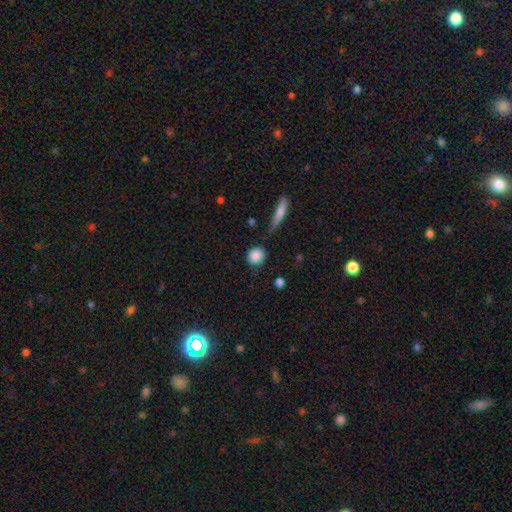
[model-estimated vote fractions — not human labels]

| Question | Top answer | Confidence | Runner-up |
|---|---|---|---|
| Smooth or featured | smooth | 87% | star or artifact (7%) |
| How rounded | round | 82% | in between (15%) |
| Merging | none | 80% | minor disturbance (13%) |